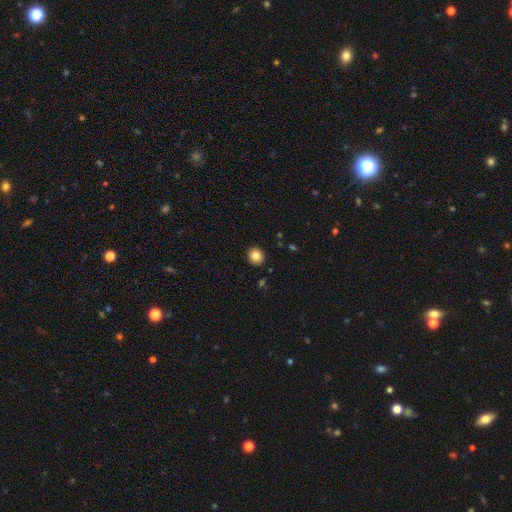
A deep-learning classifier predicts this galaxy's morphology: Smooth or featured?
  - smooth: 84% *
  - star or artifact: 10%
  - featured or disk: 6%
How rounded?
  - round: 84% *
  - in between: 15%
  - cigar-shaped: 1%
Merging?
  - none: 91% *
  - minor disturbance: 6%
  - major disturbance: 2%
  - merger: 1%